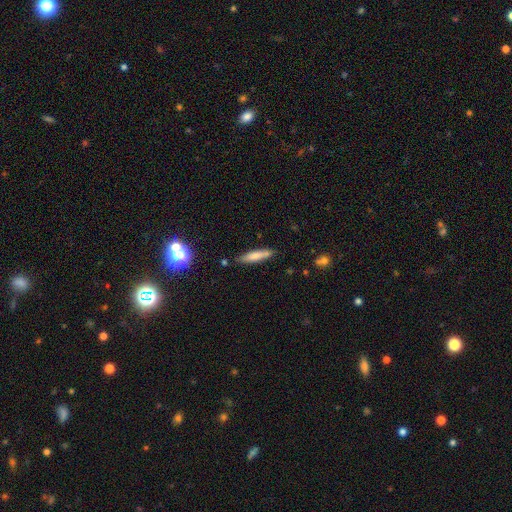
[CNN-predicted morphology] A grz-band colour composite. It shows a smooth galaxy with no disk features (71%) that is cigar-shaped (84%). Merging: none (83%).